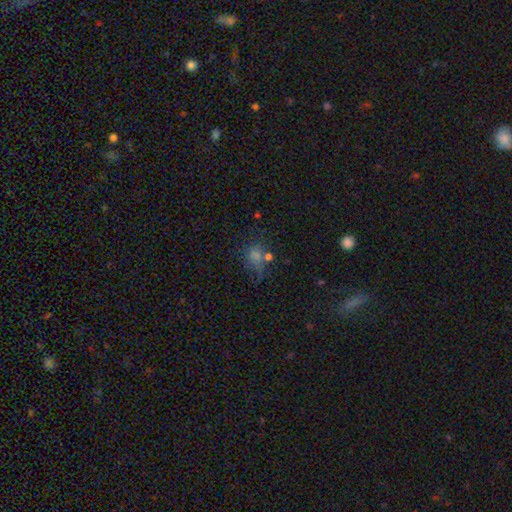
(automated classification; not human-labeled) Overall: smooth (54%; star or artifact 33%). How rounded: round (56%; in between 41%). Merging: none (53%; minor disturbance 19%).